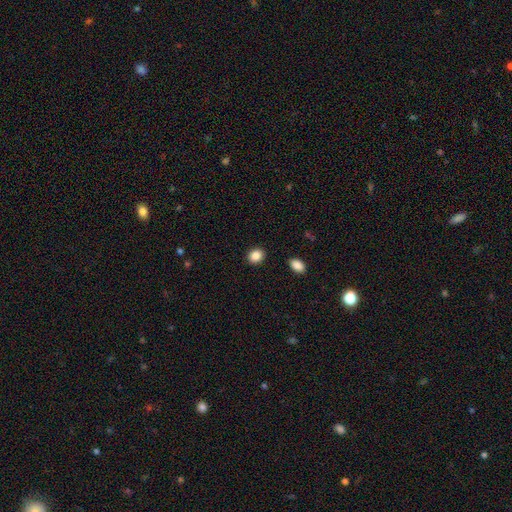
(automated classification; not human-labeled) smooth_or_featured: smooth (p=0.87) [alt: star or artifact p=0.09]
how_rounded: round (p=0.57) [alt: in between p=0.43]
merging: none (p=0.90) [alt: minor disturbance p=0.06]